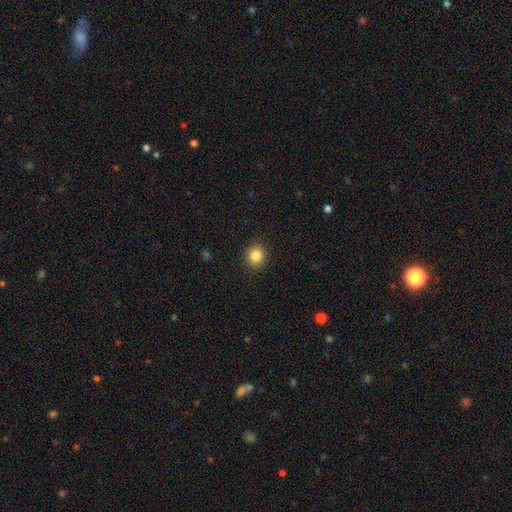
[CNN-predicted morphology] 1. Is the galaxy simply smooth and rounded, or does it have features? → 84% smooth, 10% star or artifact, 6% featured or disk.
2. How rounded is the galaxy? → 85% round, 14% in between, 1% cigar-shaped.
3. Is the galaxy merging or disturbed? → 91% none, 6% minor disturbance, 2% major disturbance, 1% merger.